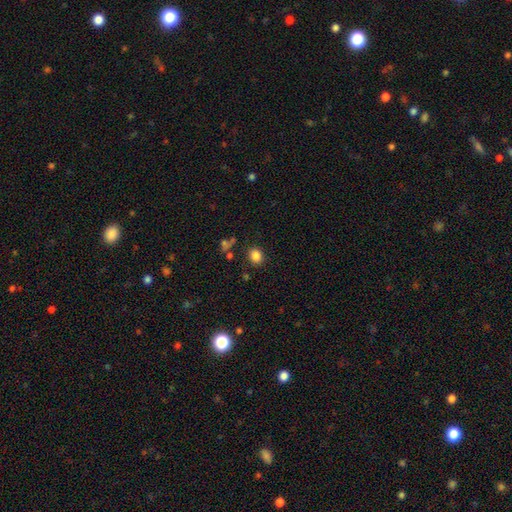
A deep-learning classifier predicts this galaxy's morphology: Smooth or featured? Predicted: smooth (p=0.84). How rounded? Predicted: round (p=0.63). Merging? Predicted: none (p=0.84).